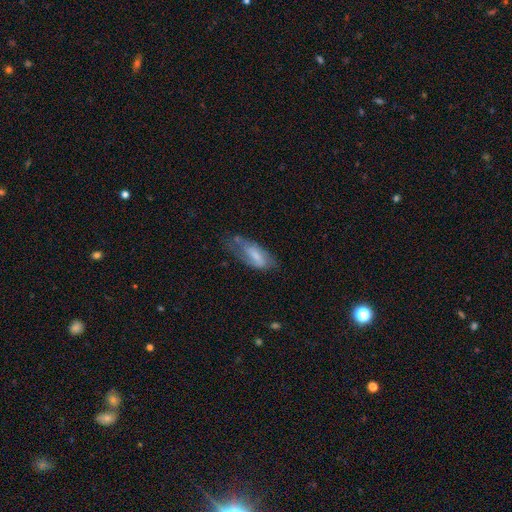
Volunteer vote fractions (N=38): Morphology: type=featured or disk (61%); edge-on=no (87%); bar=weak (35%, tied with no); spiral arms=yes (80%); winding=medium (50%); arm count=2 (50%); bulge=none (35%); merging=none (58%).